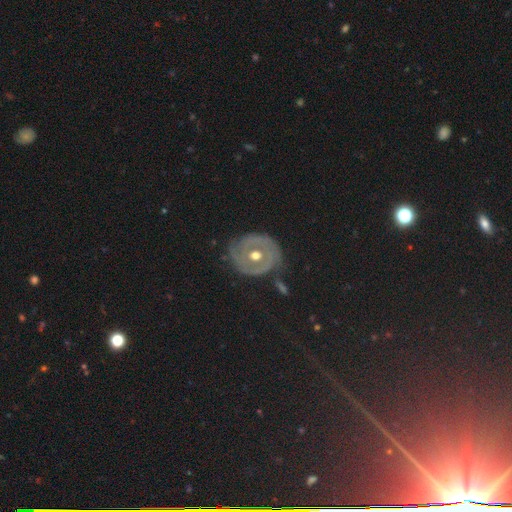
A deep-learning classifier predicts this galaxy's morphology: A featured or disk galaxy (75%) with no bar (72%), spiral arms (65%) and a moderate central bulge (81%). Merging: none (71%).